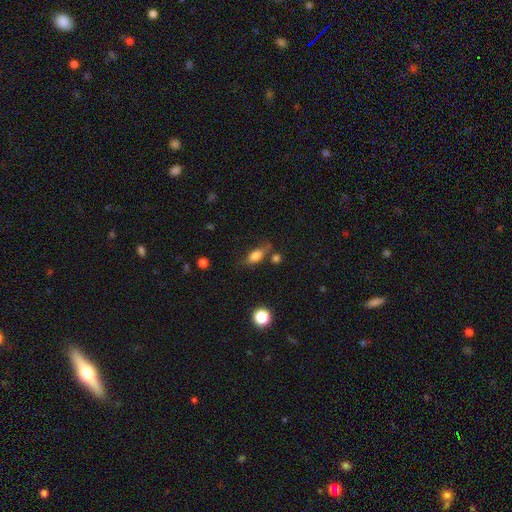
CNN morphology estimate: Q: Smooth or featured?
A: smooth (77%); runner-up: featured or disk (13%)
Q: How rounded?
A: in between (78%); runner-up: cigar-shaped (14%)
Q: Merging?
A: none (62%); runner-up: minor disturbance (21%)